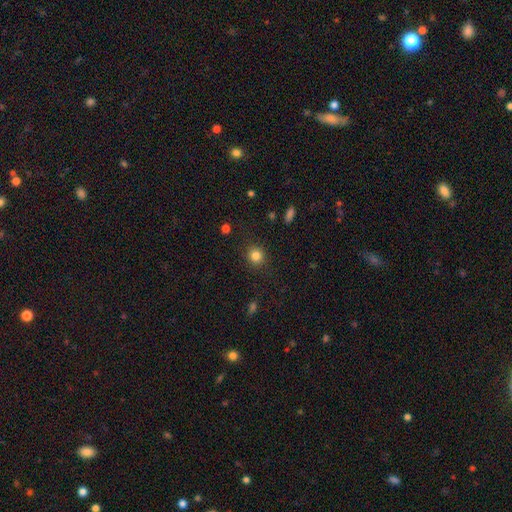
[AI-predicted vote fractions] Smooth or featured?
  - smooth: 83% *
  - star or artifact: 12%
  - featured or disk: 5%
How rounded?
  - round: 86% *
  - in between: 13%
  - cigar-shaped: 1%
Merging?
  - none: 88% *
  - minor disturbance: 8%
  - major disturbance: 3%
  - merger: 1%